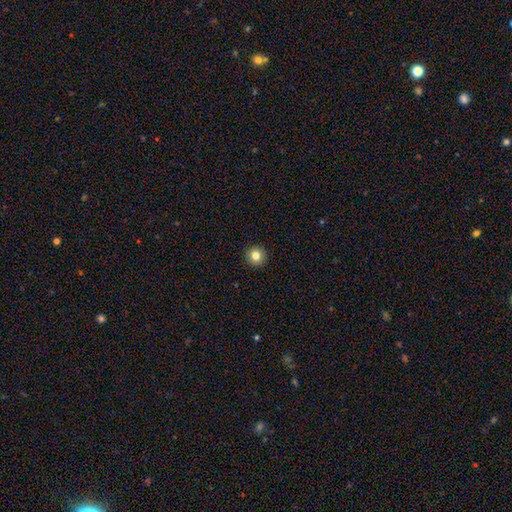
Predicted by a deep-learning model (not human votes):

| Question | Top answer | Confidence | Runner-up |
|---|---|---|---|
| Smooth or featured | smooth | 83% | star or artifact (11%) |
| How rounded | round | 95% | in between (4%) |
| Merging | none | 93% | minor disturbance (5%) |